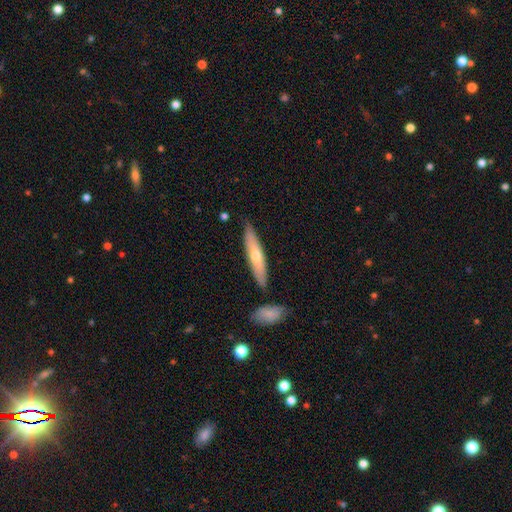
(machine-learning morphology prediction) Smooth or featured: smooth — 49% (featured or disk — 45%)
Merging: none — 83% (minor disturbance — 11%)